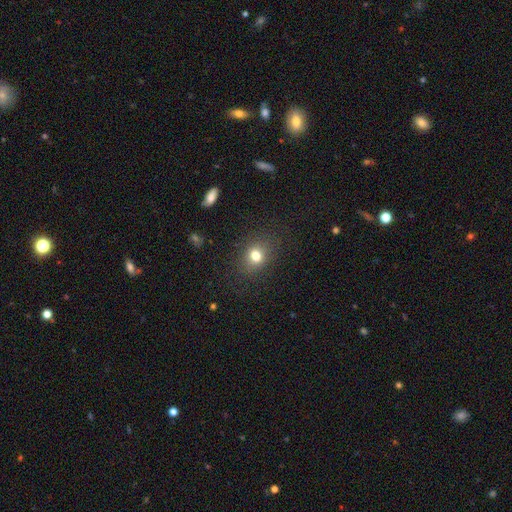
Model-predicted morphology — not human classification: Q: Smooth or featured?
A: smooth (77%); runner-up: star or artifact (14%)
Q: How rounded?
A: round (58%); runner-up: in between (41%)
Q: Merging?
A: none (83%); runner-up: minor disturbance (11%)